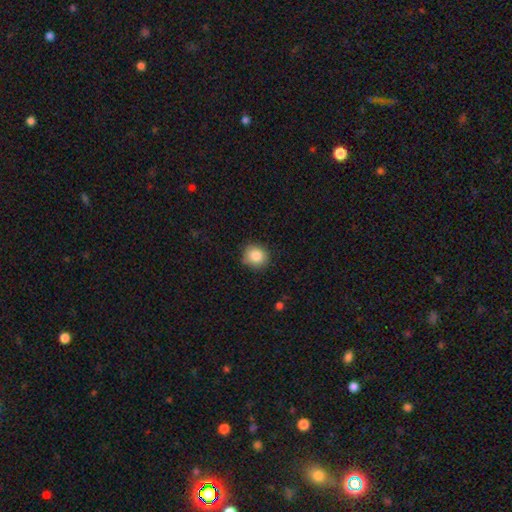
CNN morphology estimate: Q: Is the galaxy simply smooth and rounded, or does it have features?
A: smooth — 85%.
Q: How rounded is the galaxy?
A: round — 86%.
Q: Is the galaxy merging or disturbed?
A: none — 82%.